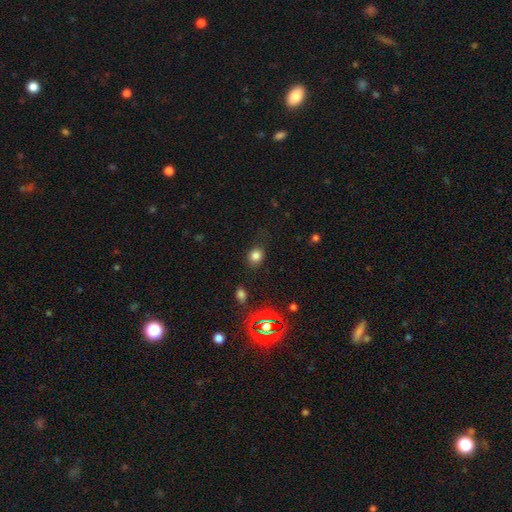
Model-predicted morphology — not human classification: smooth_or_featured: smooth (p=0.77) [alt: star or artifact p=0.16]
how_rounded: round (p=0.57) [alt: in between p=0.42]
merging: none (p=0.78) [alt: minor disturbance p=0.15]